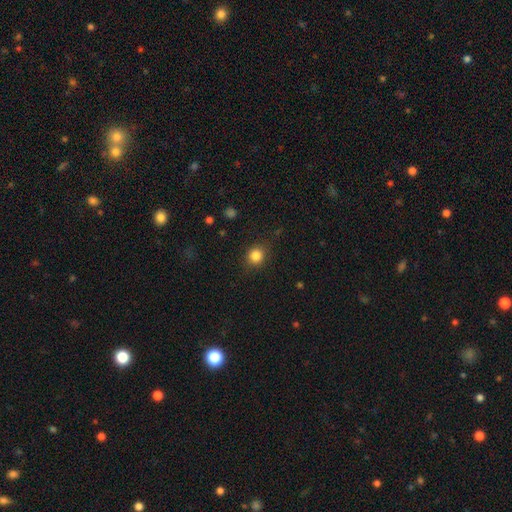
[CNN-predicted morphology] A smooth galaxy with no disk features (84%) that is round (81%).

Vote fractions:
- Smooth or featured? smooth: 84% / star or artifact: 11% / featured or disk: 5%
- How rounded? round: 81% / in between: 18% / cigar-shaped: 1%
- Merging? none: 84% / minor disturbance: 11% / major disturbance: 4% / merger: 1%